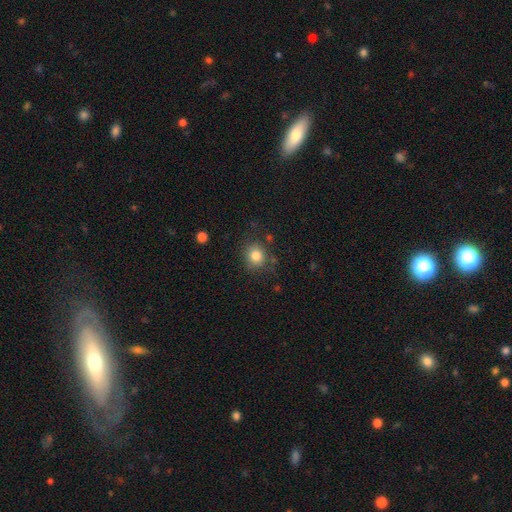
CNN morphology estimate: A smooth galaxy with no disk features (82%) that is round (81%). Merging: none (79%).